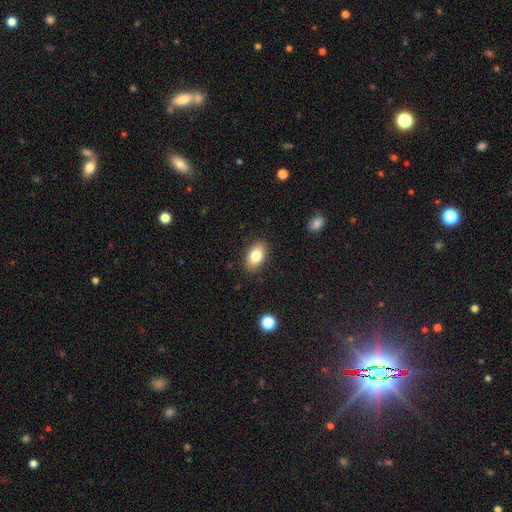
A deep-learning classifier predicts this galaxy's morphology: Overall: smooth (80%). How rounded: in between (91%). Merging: none (87%).